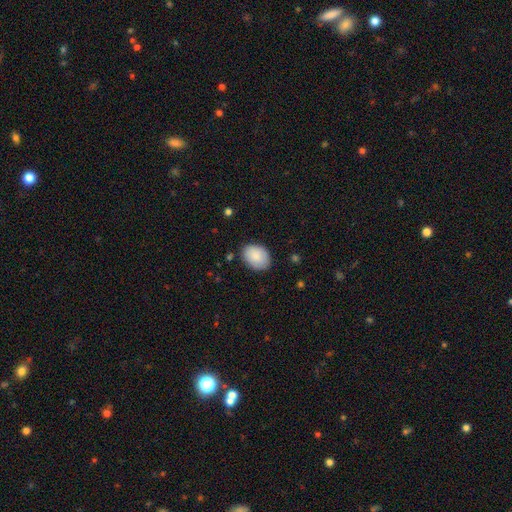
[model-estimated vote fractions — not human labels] A smooth galaxy with no disk features (87%) that is in between round and cigar-shaped (71%). Merging: none (84%).